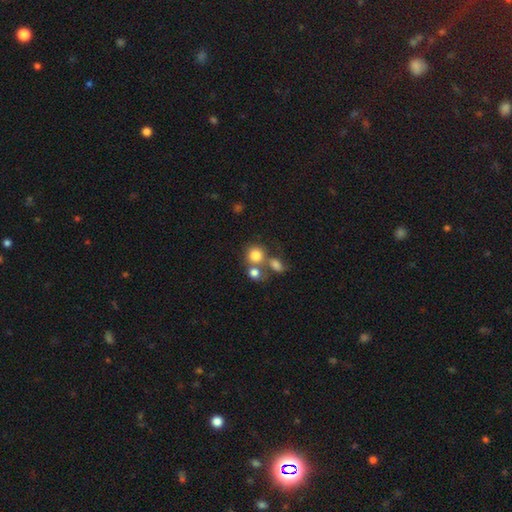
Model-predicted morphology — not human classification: This is likely a smooth galaxy (79%). How rounded: clearly round (83%). Merging: possibly none (48%).